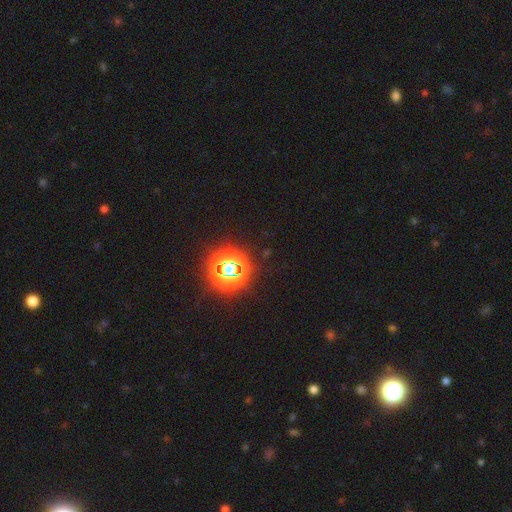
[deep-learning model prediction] The model was most divided on "smooth or featured": star or artifact: 81%, smooth: 14%, featured or disk: 5%.